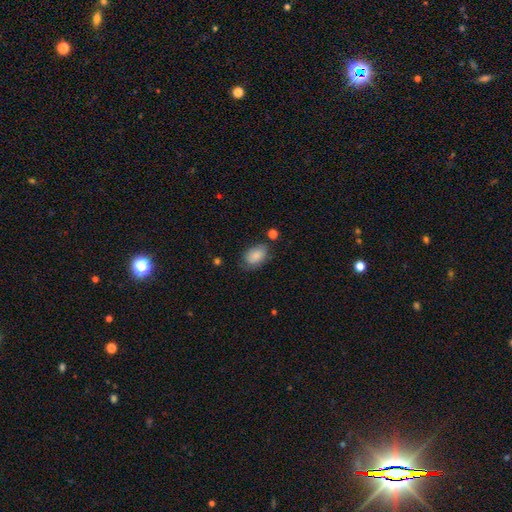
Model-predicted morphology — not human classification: smooth 85%, featured or disk 8%, star or artifact 7%. Down the decision tree: how rounded — in between (89%); merging — none (68%).